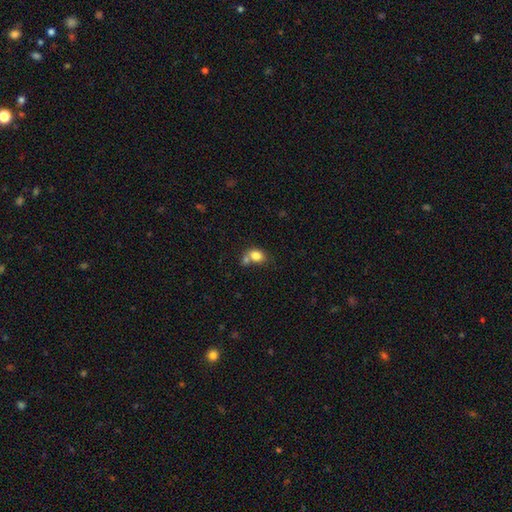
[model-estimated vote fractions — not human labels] smooth 81%, featured or disk 10%, star or artifact 9%. Down the decision tree: how rounded — in between (63%); merging — merger (43%).